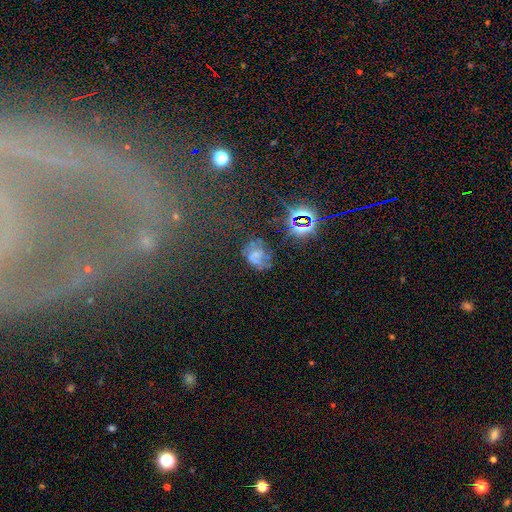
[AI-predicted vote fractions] Overall: featured or disk (39%; star or artifact 32%). Merging: none (46%; minor disturbance 25%).